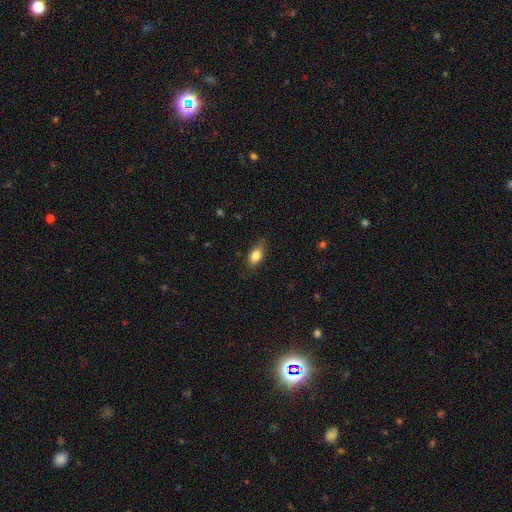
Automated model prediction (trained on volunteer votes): Overall: smooth (83%). How rounded: in between (86%). Merging: none (79%).